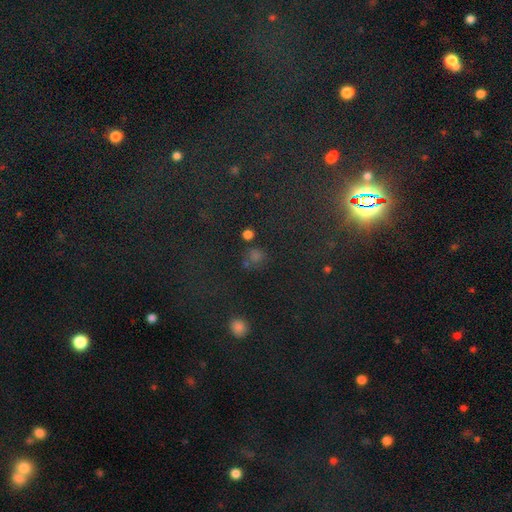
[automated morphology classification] A star or artifact, not a galaxy (47%).